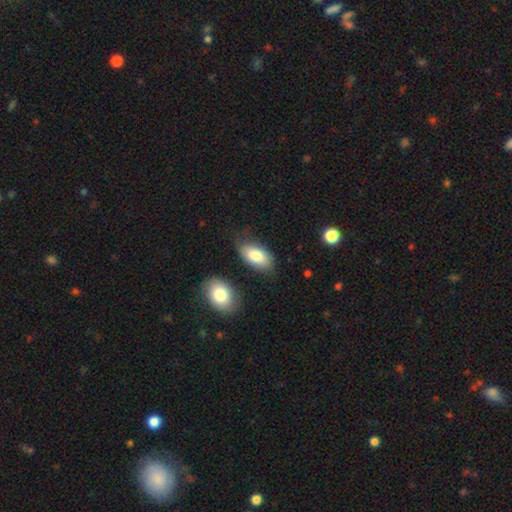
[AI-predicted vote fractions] smooth 82%, featured or disk 11%, star or artifact 6%. Down the decision tree: how rounded — in between (93%); merging — none (70%).